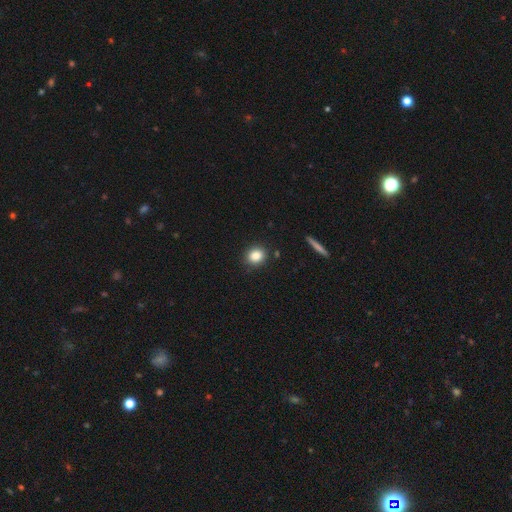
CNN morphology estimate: A smooth galaxy with no disk features (85%) that is round (70%).

Vote fractions:
- Smooth or featured? smooth: 85% / star or artifact: 10% / featured or disk: 5%
- How rounded? round: 70% / in between: 28% / cigar-shaped: 2%
- Merging? none: 88% / minor disturbance: 8% / major disturbance: 2% / merger: 2%